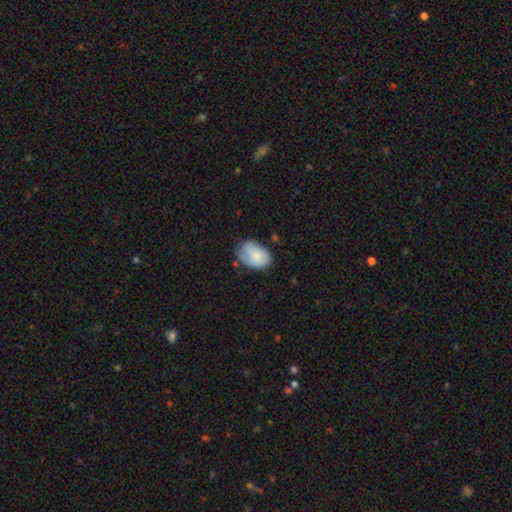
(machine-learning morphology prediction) smooth_or_featured: smooth (p=0.78) [alt: featured or disk p=0.15]
how_rounded: in between (p=0.81) [alt: round p=0.18]
merging: none (p=0.58) [alt: minor disturbance p=0.31]